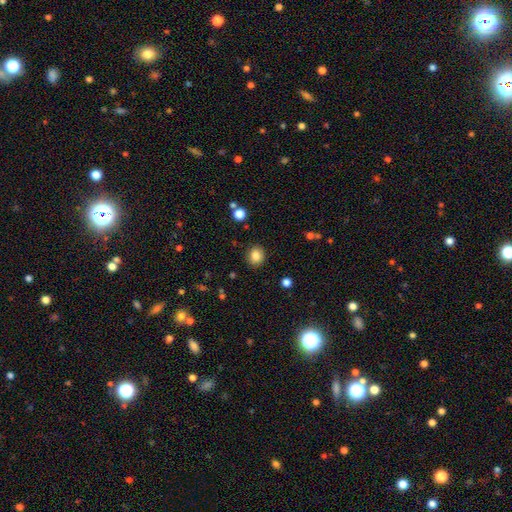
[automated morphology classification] smooth 84%, star or artifact 10%, featured or disk 6%. Down the decision tree: how rounded — round (70%); merging — none (88%).